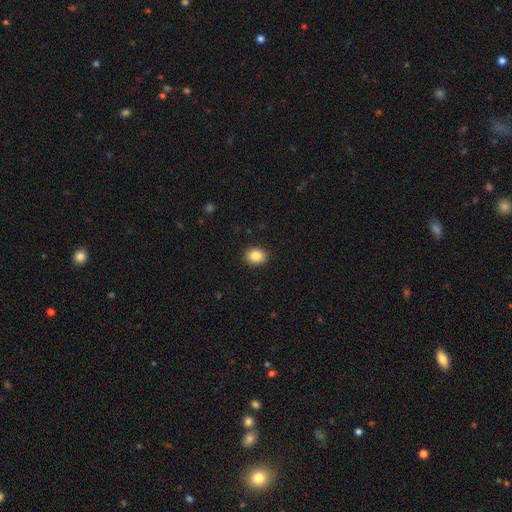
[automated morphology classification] Q: Smooth or featured?
A: smooth (86%); runner-up: star or artifact (9%)
Q: How rounded?
A: round (51%); runner-up: in between (48%)
Q: Merging?
A: none (90%); runner-up: minor disturbance (7%)